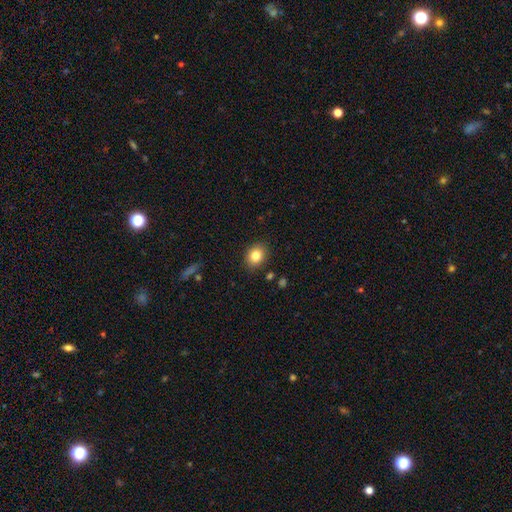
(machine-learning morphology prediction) A smooth galaxy with no disk features (83%) that is round (54%). Merging: none (88%).